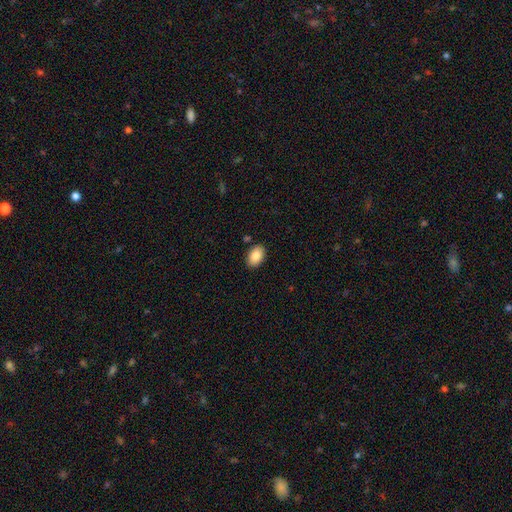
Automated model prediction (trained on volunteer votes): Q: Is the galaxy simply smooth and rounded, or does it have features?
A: smooth — 86%.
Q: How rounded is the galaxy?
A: in between — 89%.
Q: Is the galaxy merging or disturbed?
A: none — 88%.